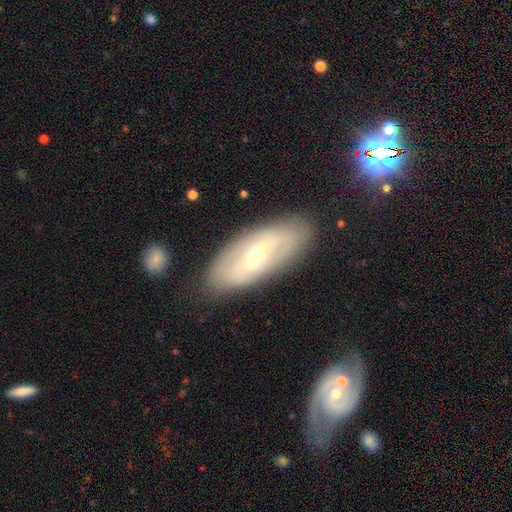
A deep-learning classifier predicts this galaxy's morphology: This is likely a featured or disk galaxy (66%). It is clearly not viewed edge-on (84%). Bar: marginally weak (40%). Spiral arm pattern: possibly yes (51%). Central bulge: possibly small (53%). Merging: clearly none (83%).